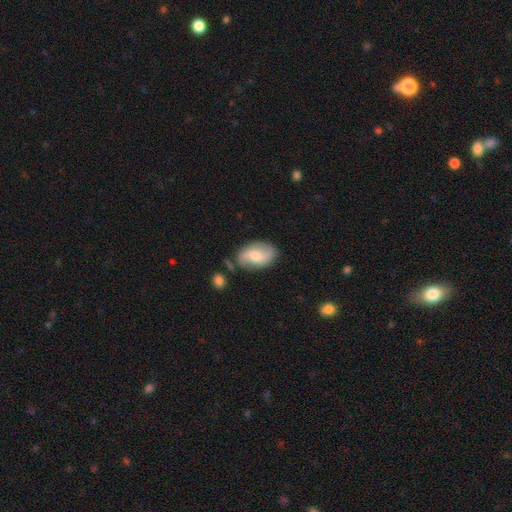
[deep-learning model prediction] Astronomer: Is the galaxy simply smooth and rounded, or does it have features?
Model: smooth — 48% (runner-up: featured or disk, 45%).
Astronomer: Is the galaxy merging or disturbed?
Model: none — 73%.